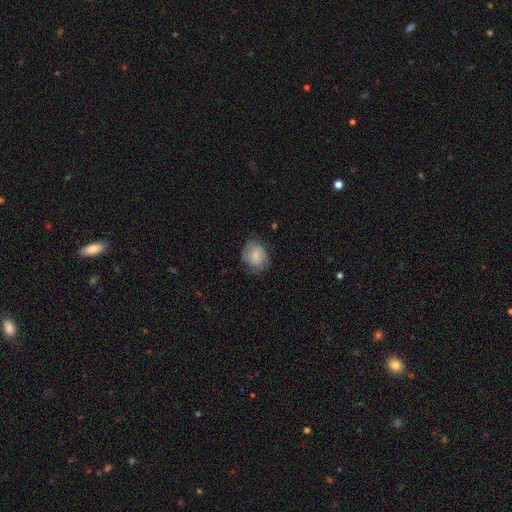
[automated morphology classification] This is likely a smooth galaxy (65%). How rounded: likely round (65%). Merging: likely none (66%).